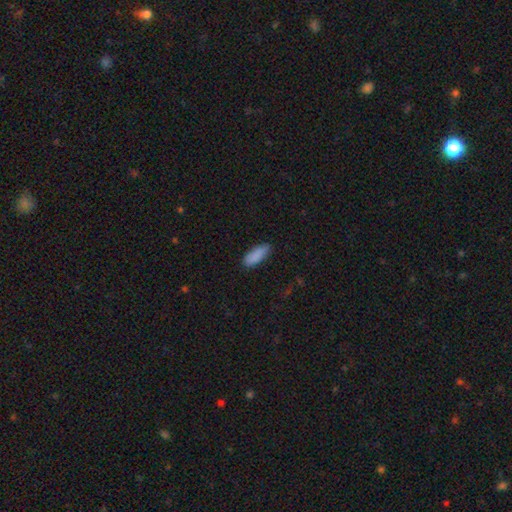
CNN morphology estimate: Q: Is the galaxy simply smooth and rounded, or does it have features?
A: smooth — 88%.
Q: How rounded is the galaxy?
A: in between — 74%.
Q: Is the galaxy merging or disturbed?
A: none — 82%.